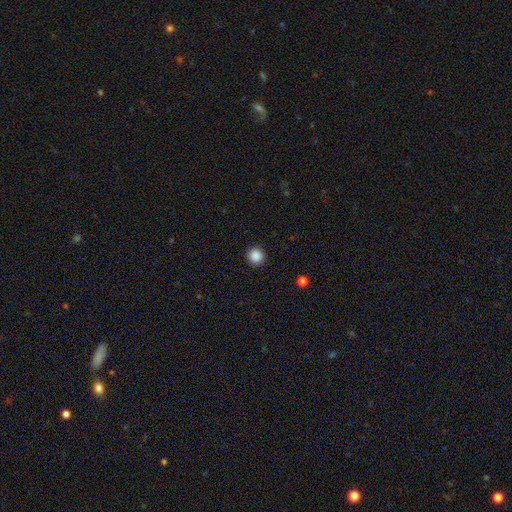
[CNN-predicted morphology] Q: Smooth or featured?
A: smooth (87%); runner-up: star or artifact (10%)
Q: How rounded?
A: round (94%); runner-up: in between (5%)
Q: Merging?
A: none (91%); runner-up: minor disturbance (6%)